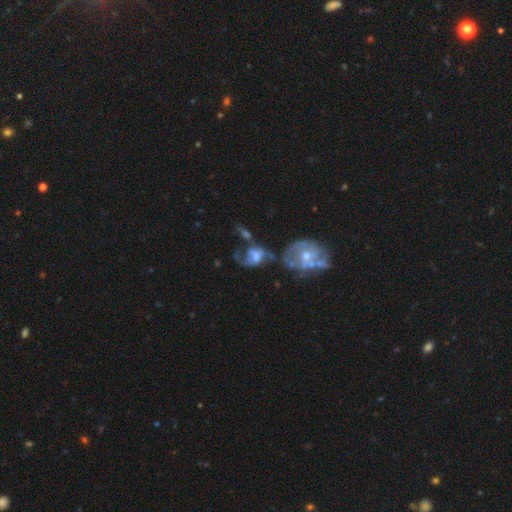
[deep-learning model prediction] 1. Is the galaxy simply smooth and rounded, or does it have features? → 56% featured or disk, 34% smooth, 10% star or artifact.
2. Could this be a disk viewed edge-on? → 96% no, 4% yes.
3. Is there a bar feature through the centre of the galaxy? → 70% no, 23% weak, 7% strong.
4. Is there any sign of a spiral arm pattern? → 55% no, 45% yes.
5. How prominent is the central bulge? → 41% moderate, 25% small, 18% none, 13% large, 2% dominant.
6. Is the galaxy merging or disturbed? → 37% merger, 31% major disturbance, 19% none, 14% minor disturbance.